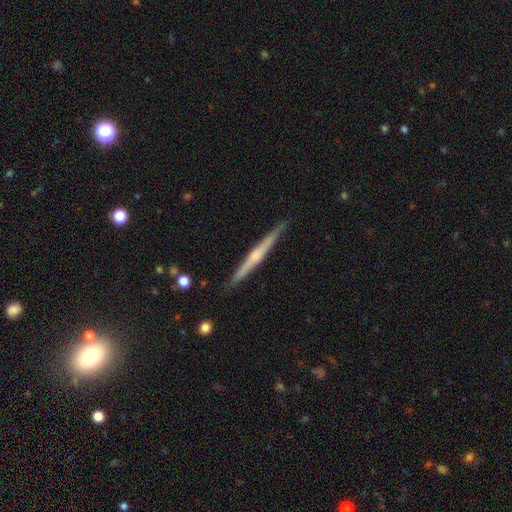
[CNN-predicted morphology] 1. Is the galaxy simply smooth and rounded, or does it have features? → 67% featured or disk, 27% smooth, 6% star or artifact.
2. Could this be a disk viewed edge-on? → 98% yes, 2% no.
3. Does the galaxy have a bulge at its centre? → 59% rounded, 33% none, 8% boxy.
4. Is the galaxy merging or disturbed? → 90% none, 7% minor disturbance, 1% major disturbance, 1% merger.